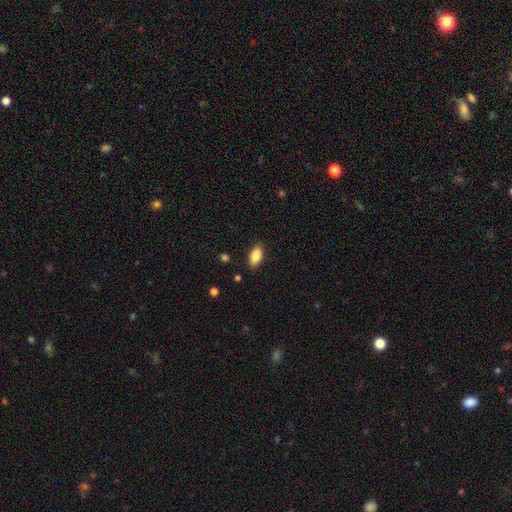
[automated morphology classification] A smooth galaxy with no disk features (86%) that is in between round and cigar-shaped (91%).

Vote fractions:
- Smooth or featured? smooth: 86% / featured or disk: 7% / star or artifact: 7%
- How rounded? in between: 91% / cigar-shaped: 5% / round: 3%
- Merging? none: 87% / minor disturbance: 9% / major disturbance: 2% / merger: 1%